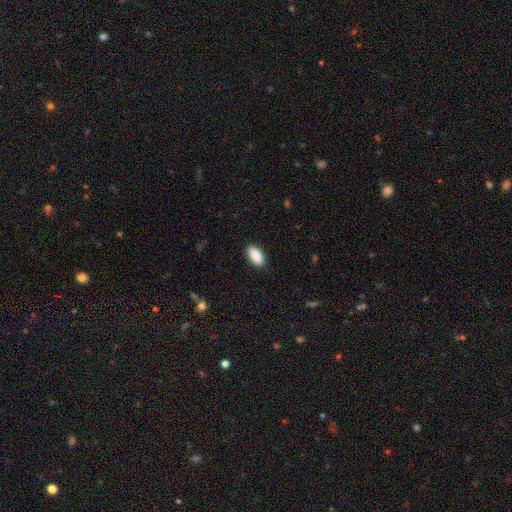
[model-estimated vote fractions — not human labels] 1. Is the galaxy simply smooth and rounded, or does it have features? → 90% smooth, 6% star or artifact, 4% featured or disk.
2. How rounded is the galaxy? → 92% in between, 6% cigar-shaped, 2% round.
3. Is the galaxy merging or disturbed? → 89% none, 8% minor disturbance, 2% major disturbance, 1% merger.